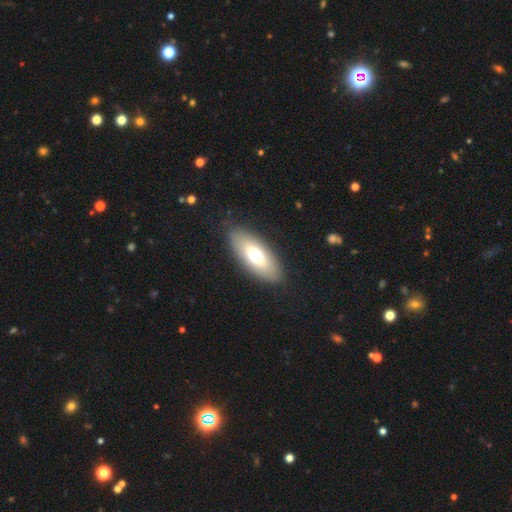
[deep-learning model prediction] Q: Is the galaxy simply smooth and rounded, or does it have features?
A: smooth — 67%.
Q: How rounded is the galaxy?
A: in between — 83%.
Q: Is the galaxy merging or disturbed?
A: none — 87%.